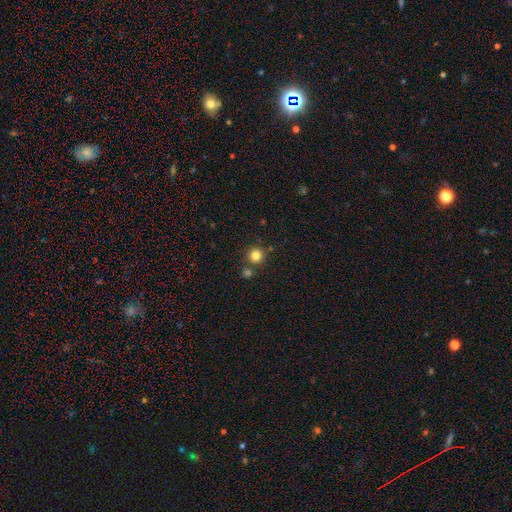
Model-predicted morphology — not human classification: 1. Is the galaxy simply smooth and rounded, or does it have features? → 82% smooth, 13% star or artifact, 5% featured or disk.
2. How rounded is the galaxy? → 93% round, 6% in between, 1% cigar-shaped.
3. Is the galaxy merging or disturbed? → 78% none, 12% merger, 7% minor disturbance, 3% major disturbance.